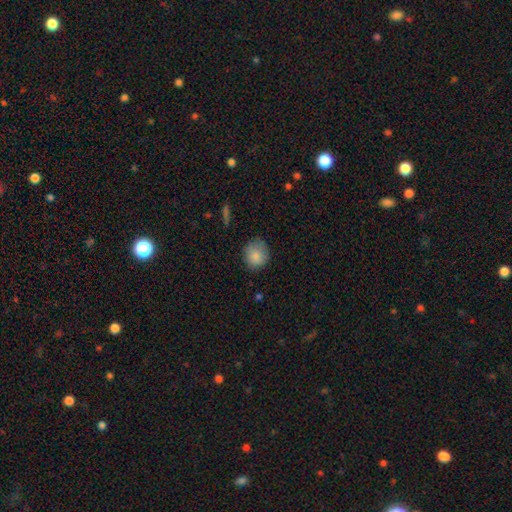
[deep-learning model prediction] Smooth or featured? Predicted: smooth (p=0.86). How rounded? Predicted: round (p=0.82). Merging? Predicted: none (p=0.75).